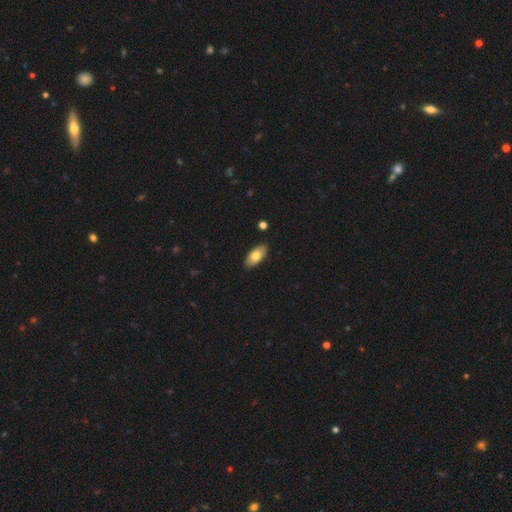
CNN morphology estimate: Smooth or featured? smooth (73%)
How rounded? in between (90%)
Merging? none (89%)